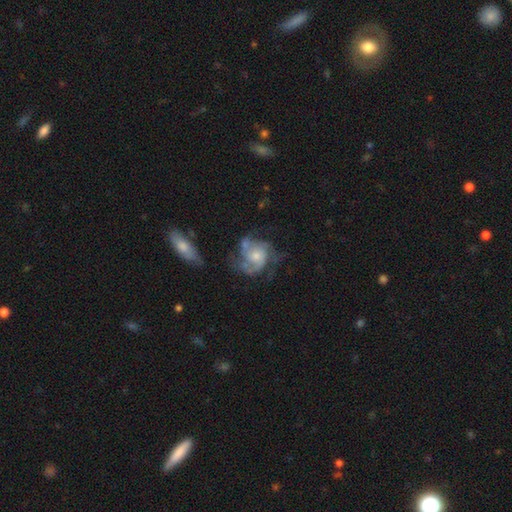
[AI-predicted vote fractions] smooth_or_featured: featured or disk (p=0.75) [alt: smooth p=0.19]
disk_edge_on: no (p=0.98) [alt: yes p=0.02]
bar: no (p=0.76) [alt: weak p=0.21]
has_spiral_arms: yes (p=0.86) [alt: no p=0.14]
spiral_winding: medium (p=0.45) [alt: tight p=0.37]
spiral_arm_count: 2 (p=0.32) [alt: 3 p=0.27]
bulge_size: moderate (p=0.48) [alt: small p=0.35]
merging: none (p=0.42) [alt: major disturbance p=0.27]